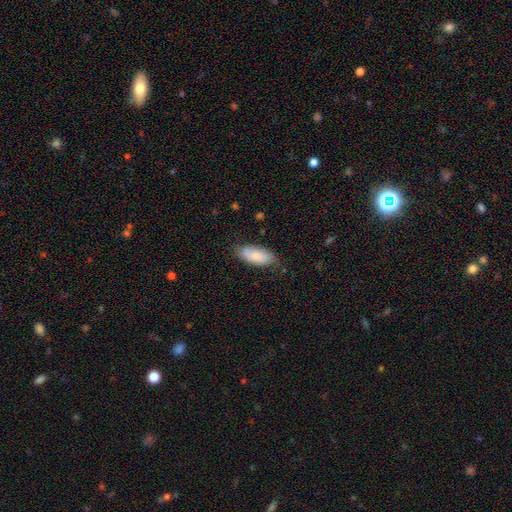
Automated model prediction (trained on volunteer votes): The model was most divided on "merging": none: 74%, minor disturbance: 21%, major disturbance: 4%, merger: 1%. More confident: how rounded — in between (89%); smooth or featured — smooth (75%).